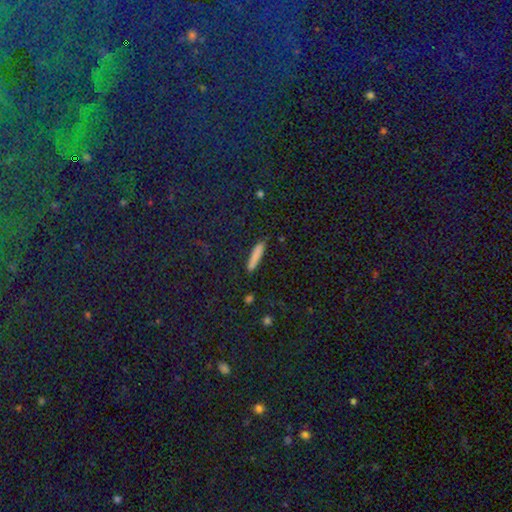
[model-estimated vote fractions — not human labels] smooth_or_featured: smooth (p=0.81) [alt: featured or disk p=0.10]
how_rounded: cigar-shaped (p=0.89) [alt: in between p=0.09]
merging: none (p=0.86) [alt: minor disturbance p=0.10]